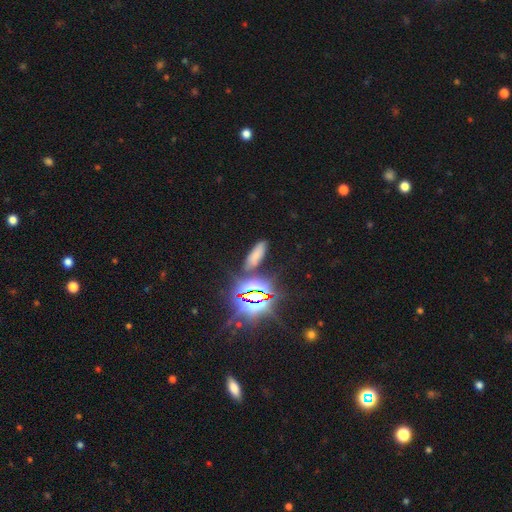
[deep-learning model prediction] smooth-or-featured: smooth: 58% | star or artifact: 32% | featured or disk: 10%
  how-rounded: in between: 52% | cigar-shaped: 41% | round: 7%
  merging: none: 79% | minor disturbance: 10% | merger: 6% | major disturbance: 4%